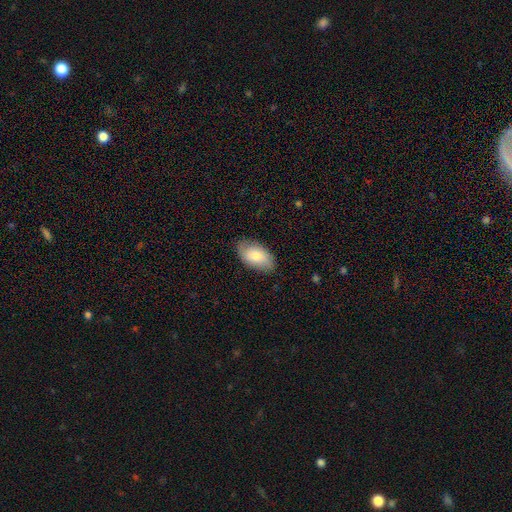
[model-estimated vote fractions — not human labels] smooth_or_featured: smooth (p=0.76) [alt: featured or disk p=0.19]
how_rounded: in between (p=0.95) [alt: round p=0.04]
merging: none (p=0.82) [alt: minor disturbance p=0.14]